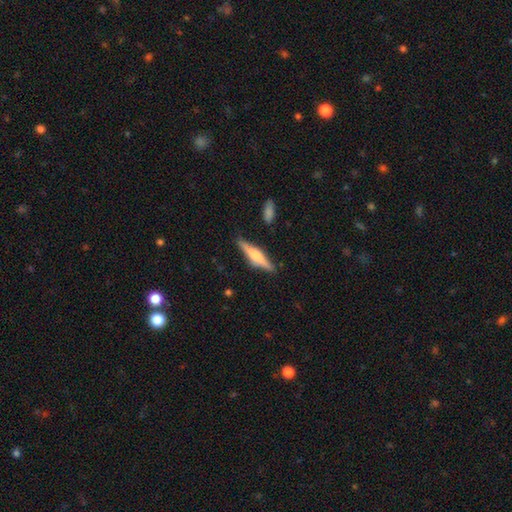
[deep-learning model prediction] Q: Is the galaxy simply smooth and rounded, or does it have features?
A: featured or disk — 54%.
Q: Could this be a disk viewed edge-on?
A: yes — 96%.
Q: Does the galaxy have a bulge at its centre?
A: rounded — 70%.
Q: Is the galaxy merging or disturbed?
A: none — 84%.